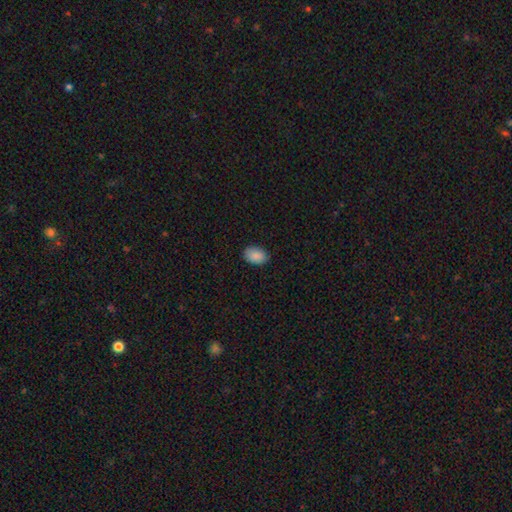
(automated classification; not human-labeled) smooth_or_featured: smooth (p=0.89) [alt: star or artifact p=0.07]
how_rounded: in between (p=0.84) [alt: round p=0.15]
merging: none (p=0.87) [alt: minor disturbance p=0.10]